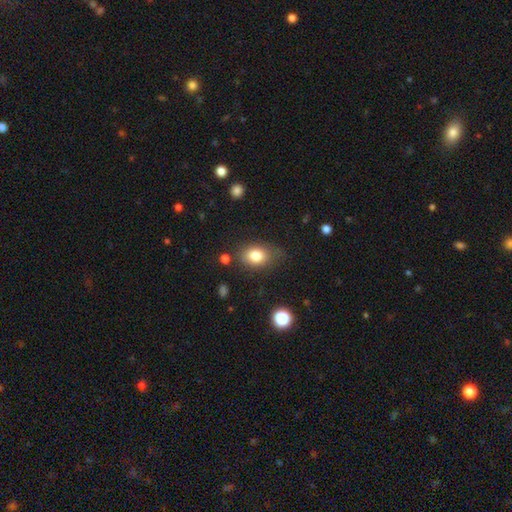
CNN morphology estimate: smooth_or_featured: smooth (p=0.80) [alt: featured or disk p=0.10]
how_rounded: in between (p=0.72) [alt: round p=0.27]
merging: none (p=0.69) [alt: minor disturbance p=0.21]